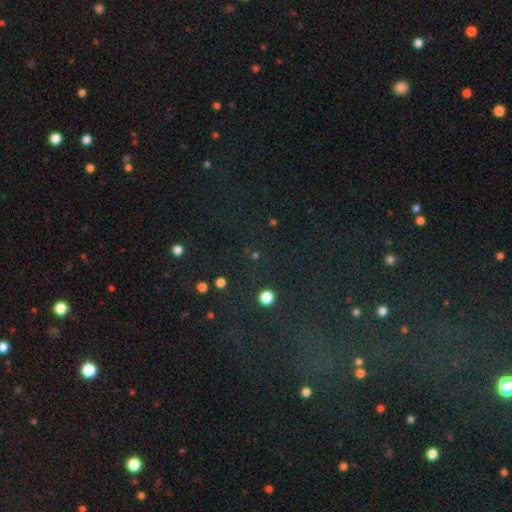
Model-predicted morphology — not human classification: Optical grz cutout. It shows a star or artifact, not a galaxy (58%).